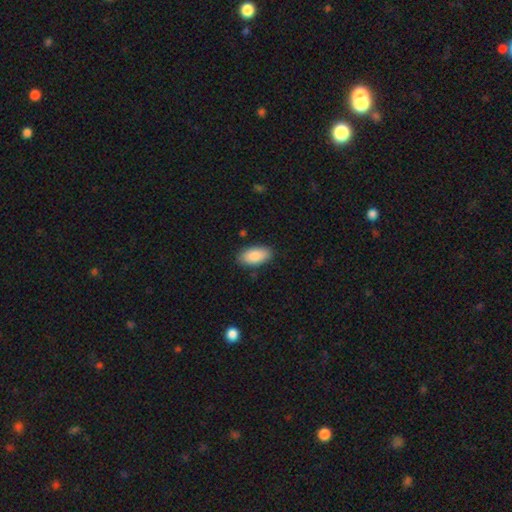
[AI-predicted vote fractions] smooth_or_featured: smooth (p=0.89) [alt: star or artifact p=0.06]
how_rounded: in between (p=0.94) [alt: cigar-shaped p=0.04]
merging: none (p=0.87) [alt: minor disturbance p=0.10]